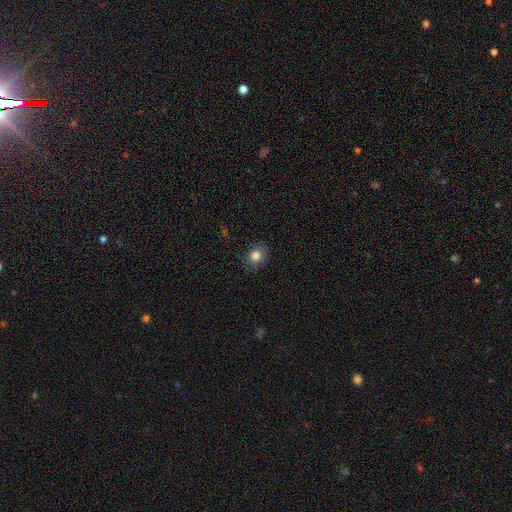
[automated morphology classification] Smooth or featured? smooth (82%)
How rounded? round (70%)
Merging? none (83%)